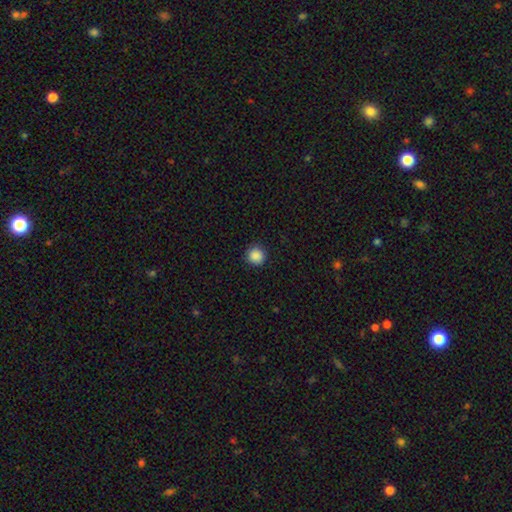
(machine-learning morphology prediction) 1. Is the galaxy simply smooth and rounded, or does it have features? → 88% smooth, 10% star or artifact, 3% featured or disk.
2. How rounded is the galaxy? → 95% round, 4% in between, 1% cigar-shaped.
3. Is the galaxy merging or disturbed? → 91% none, 6% minor disturbance, 2% major disturbance, 1% merger.